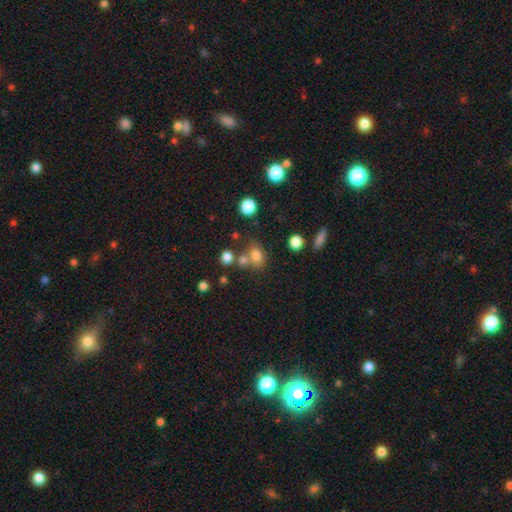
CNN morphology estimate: smooth_or_featured: smooth (p=0.76) [alt: star or artifact p=0.15]
how_rounded: in between (p=0.57) [alt: round p=0.42]
merging: none (p=0.54) [alt: merger p=0.28]